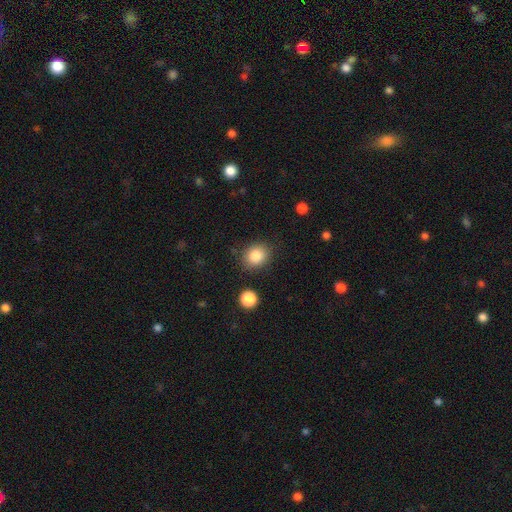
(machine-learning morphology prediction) A smooth galaxy with no disk features (85%) that is round (62%).

Vote fractions:
- Smooth or featured? smooth: 85% / star or artifact: 9% / featured or disk: 6%
- How rounded? round: 62% / in between: 37% / cigar-shaped: 1%
- Merging? none: 83% / minor disturbance: 11% / major disturbance: 3% / merger: 3%